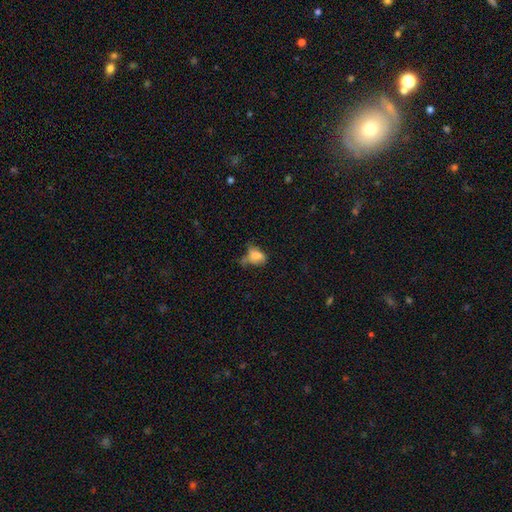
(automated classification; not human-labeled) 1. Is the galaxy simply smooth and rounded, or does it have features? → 70% smooth, 19% featured or disk, 12% star or artifact.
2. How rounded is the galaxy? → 81% in between, 17% round, 3% cigar-shaped.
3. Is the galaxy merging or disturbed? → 31% minor disturbance, 30% none, 28% major disturbance, 12% merger.